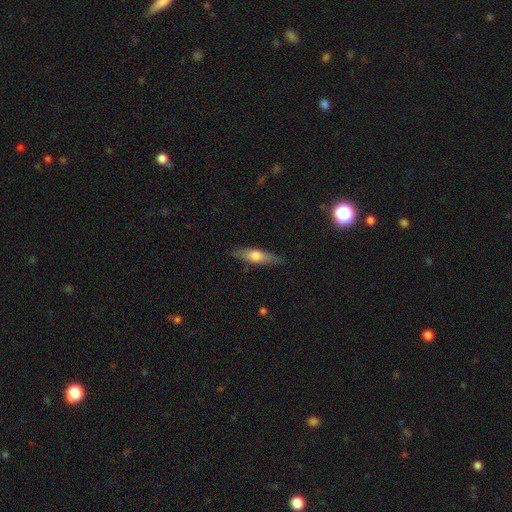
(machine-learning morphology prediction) Smooth or featured: smooth — 55% (featured or disk — 39%)
How rounded: cigar-shaped — 66% (in between — 32%)
Merging: none — 84% (minor disturbance — 12%)